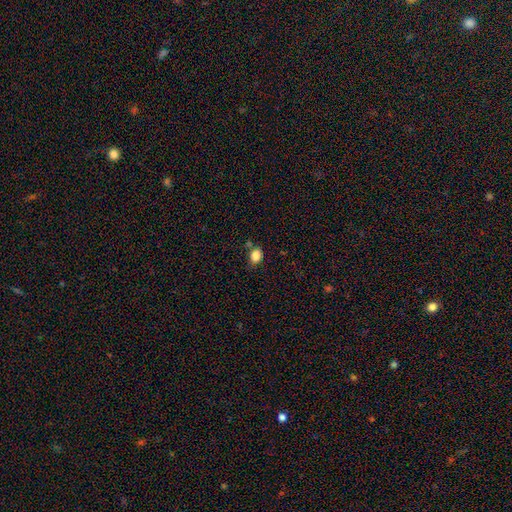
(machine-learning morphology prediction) Smooth or featured? Predicted: smooth (p=0.85). How rounded? Predicted: in between (p=0.62). Merging? Predicted: none (p=0.72).